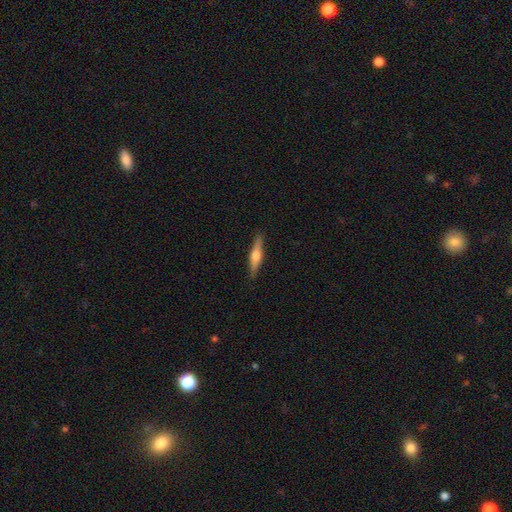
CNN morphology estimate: featured or disk 61%, smooth 33%, star or artifact 6%. Down the decision tree: edge-on disk — yes (97%); edge-on bulge — rounded (89%); merging — none (90%).